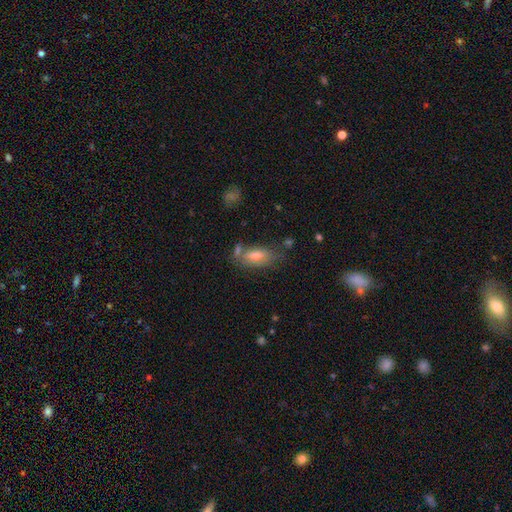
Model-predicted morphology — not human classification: Smooth or featured: smooth — 67% (featured or disk — 22%)
How rounded: in between — 81% (cigar-shaped — 15%)
Merging: none — 60% (minor disturbance — 20%)